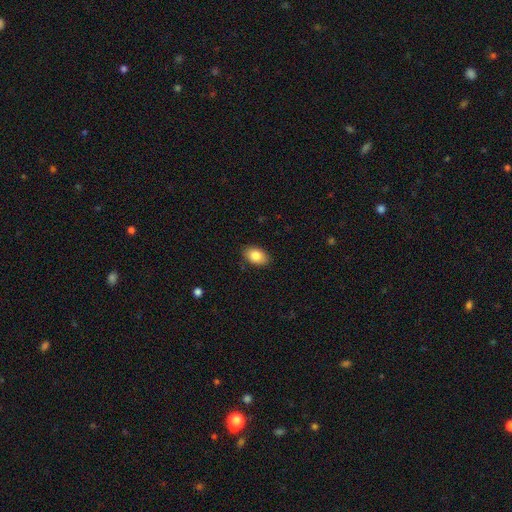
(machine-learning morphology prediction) This is clearly a smooth galaxy (84%). How rounded: clearly in between (89%). Merging: clearly none (88%).